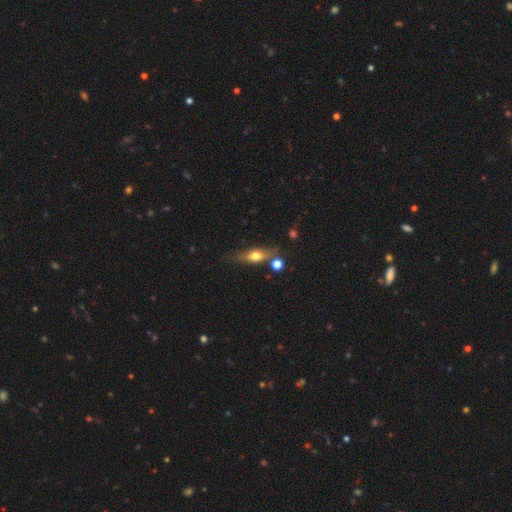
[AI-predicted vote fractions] This is possibly a smooth galaxy (53%). How rounded: possibly in between (52%). Merging: likely none (68%).